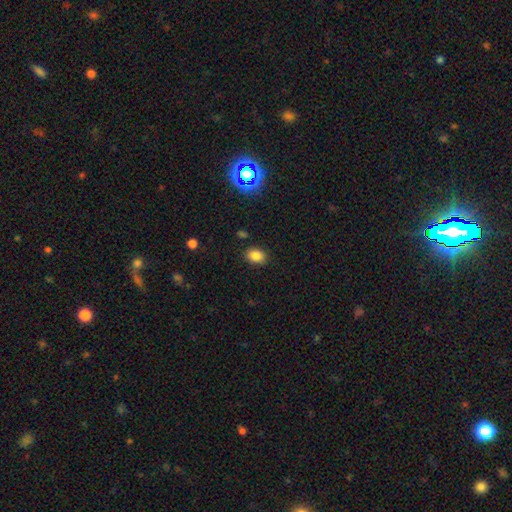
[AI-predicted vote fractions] Smooth or featured?
  - smooth: 84% *
  - star or artifact: 11%
  - featured or disk: 5%
How rounded?
  - in between: 64% *
  - round: 35%
  - cigar-shaped: 1%
Merging?
  - none: 85% *
  - minor disturbance: 10%
  - major disturbance: 3%
  - merger: 2%